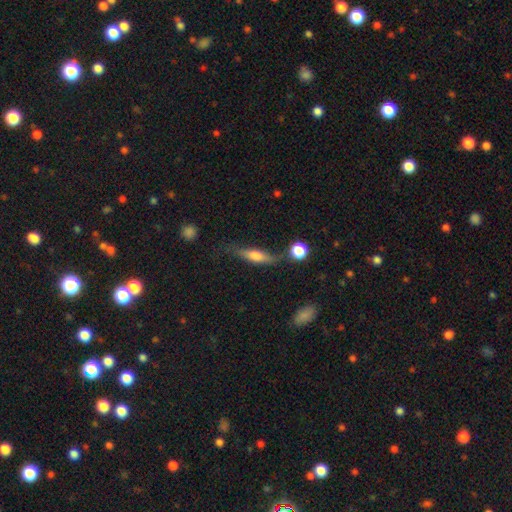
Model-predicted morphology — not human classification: This is possibly a smooth galaxy (54%). How rounded: possibly cigar-shaped (59%). Merging: possibly none (60%).